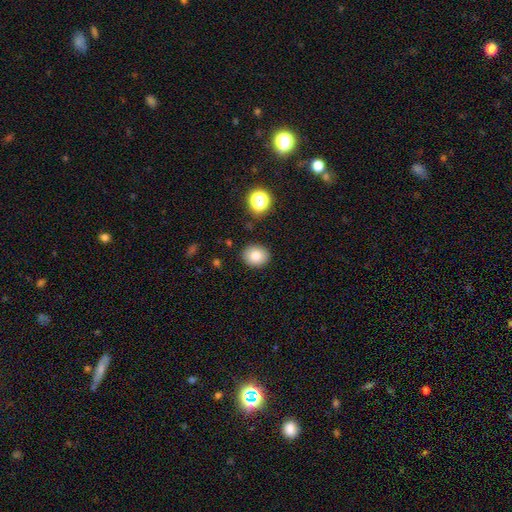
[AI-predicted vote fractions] Smooth or featured? Predicted: smooth (p=0.80). How rounded? Predicted: round (p=0.65). Merging? Predicted: none (p=0.88).